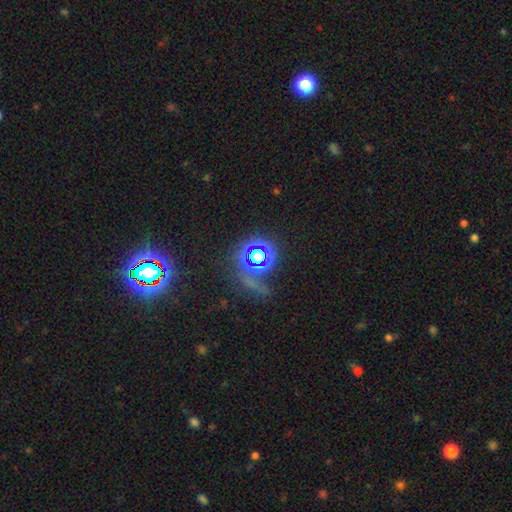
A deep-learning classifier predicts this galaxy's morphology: type=star or artifact (60%).